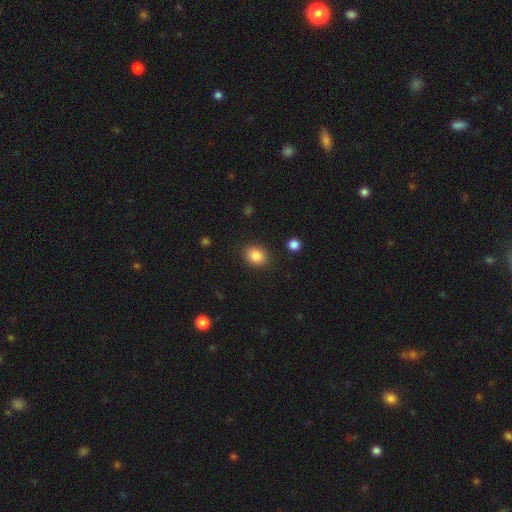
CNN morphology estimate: This appears to be a smooth galaxy with no disk features (86%) that is round (52%). Merging: none (88%).